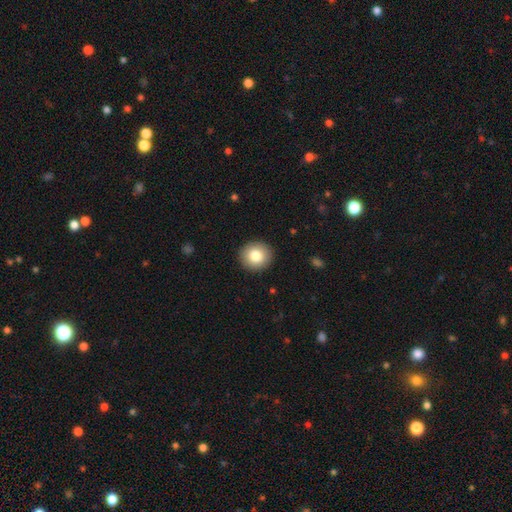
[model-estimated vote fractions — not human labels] The model was most divided on "smooth or featured": smooth: 82%, featured or disk: 10%, star or artifact: 9%. More confident: merging — none (92%); how rounded — round (91%).